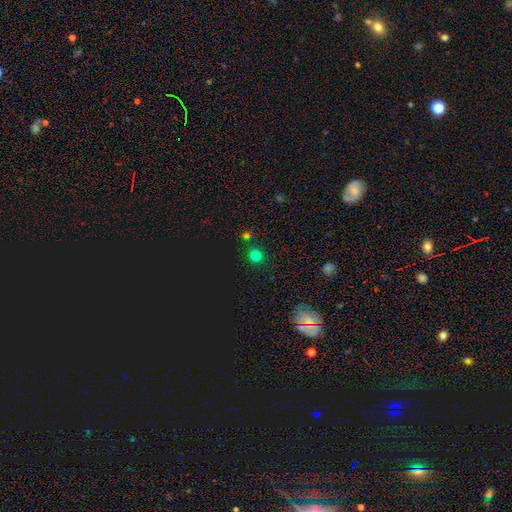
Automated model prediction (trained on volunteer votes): A smooth galaxy with no disk features (73%) that is round (87%). Merging: none (82%).